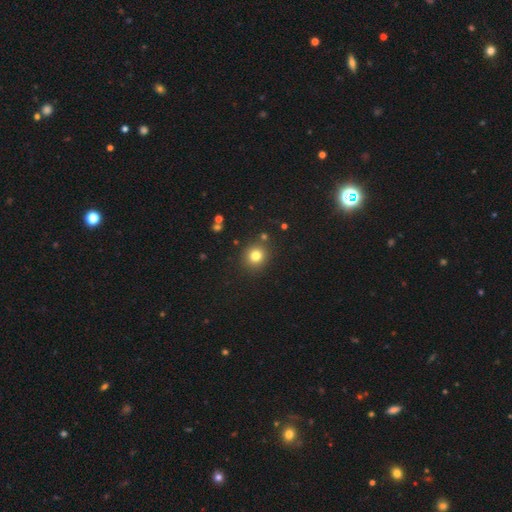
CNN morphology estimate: Smooth or featured? Predicted: smooth (p=0.79). How rounded? Predicted: round (p=0.86). Merging? Predicted: none (p=0.86).